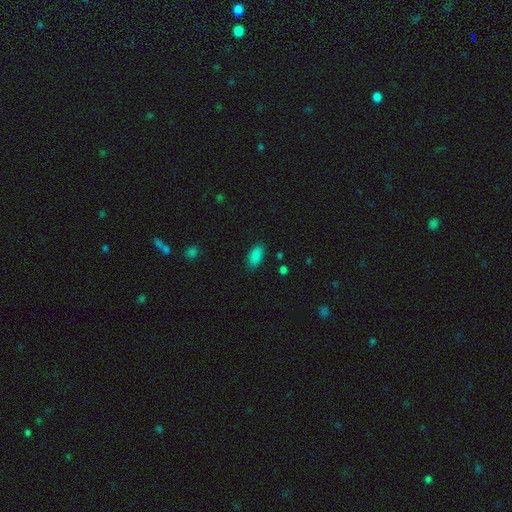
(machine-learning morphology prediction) smooth-or-featured: smooth: 87% | star or artifact: 10% | featured or disk: 4%
  how-rounded: in between: 92% | cigar-shaped: 4% | round: 4%
  merging: none: 86% | minor disturbance: 10% | major disturbance: 3% | merger: 1%